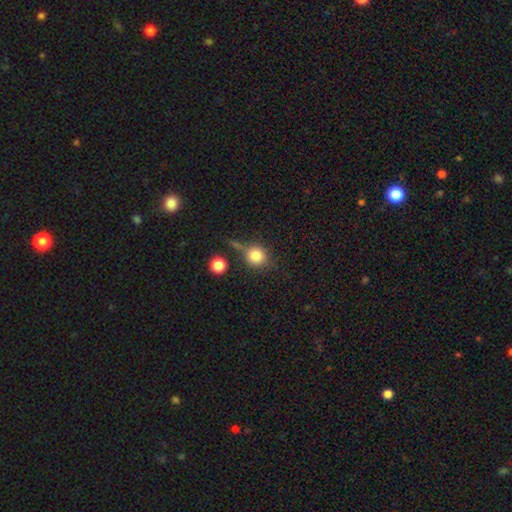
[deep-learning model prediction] Morphology: type=smooth (80%); roundness=round (88%); merging=none (64%).